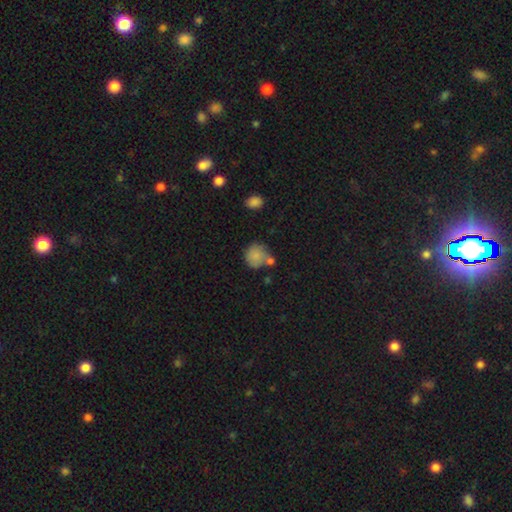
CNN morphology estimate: Smooth or featured: smooth — 82% (featured or disk — 10%)
How rounded: round — 82% (in between — 17%)
Merging: none — 51% (merger — 22%)